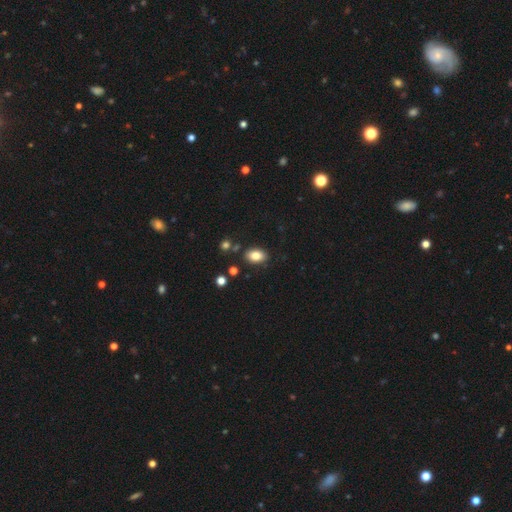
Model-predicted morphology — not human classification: type=smooth (83%); roundness=in between (84%); merging=none (84%).